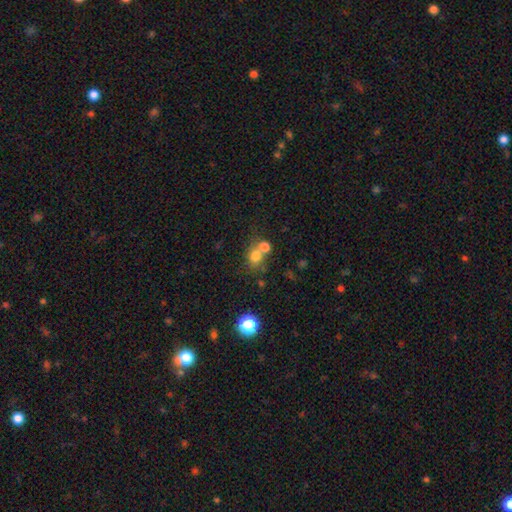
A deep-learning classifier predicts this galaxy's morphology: smooth_or_featured: smooth (p=0.74) [alt: star or artifact p=0.15]
how_rounded: round (p=0.75) [alt: in between p=0.24]
merging: none (p=0.46) [alt: merger p=0.41]